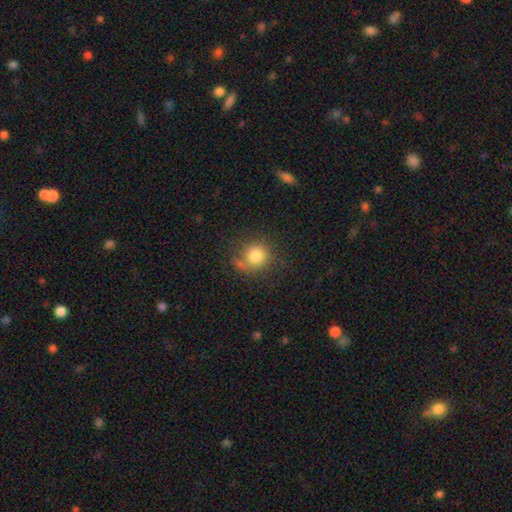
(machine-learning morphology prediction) This is likely a smooth galaxy (80%). How rounded: clearly round (87%). Merging: likely none (69%).